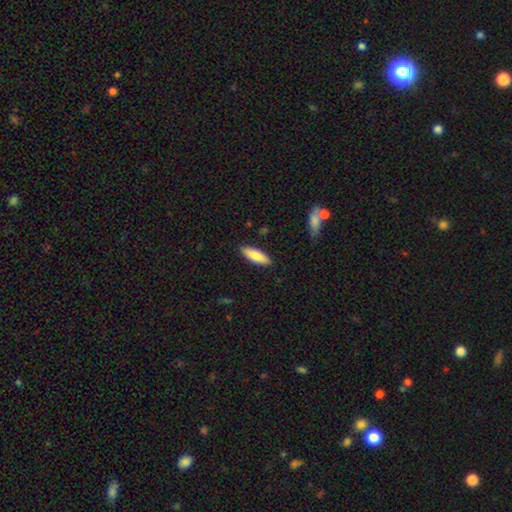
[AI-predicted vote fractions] Smooth or featured: smooth — 82% (featured or disk — 13%)
How rounded: in between — 54% (cigar-shaped — 45%)
Merging: none — 88% (minor disturbance — 9%)